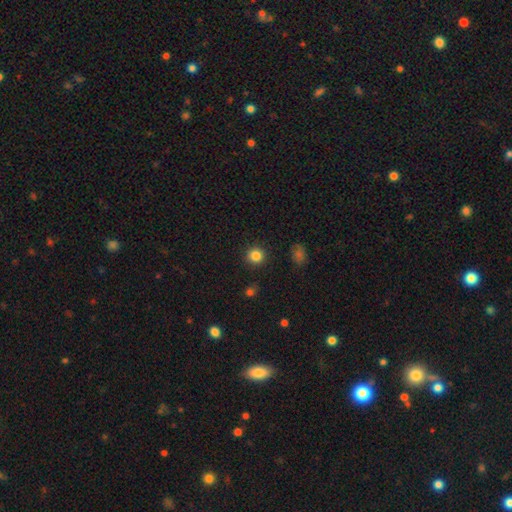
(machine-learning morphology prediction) A smooth galaxy with no disk features (85%) that is round (93%). Merging: none (91%).